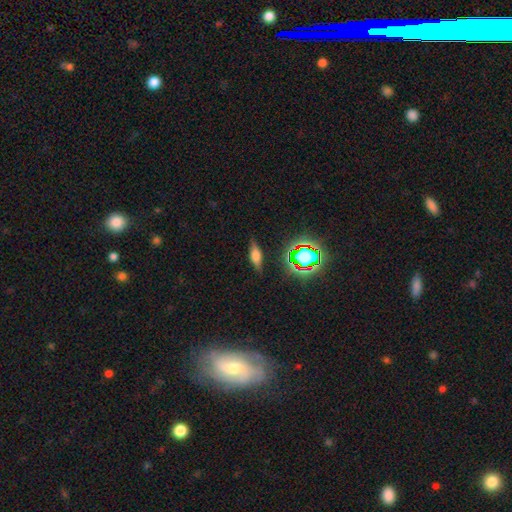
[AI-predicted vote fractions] Smooth or featured? smooth (51%)
How rounded? in between (59%)
Merging? none (77%)